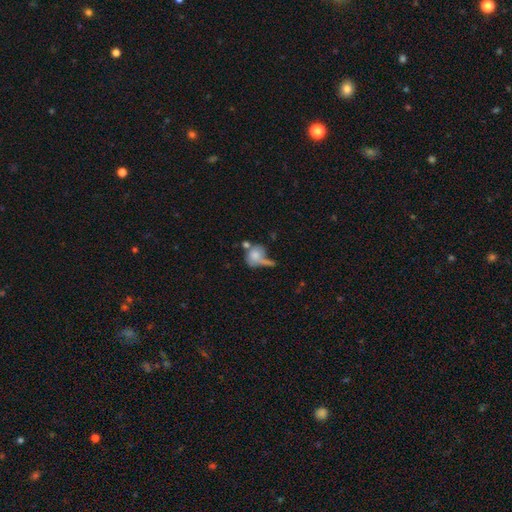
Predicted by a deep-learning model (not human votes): This appears to be a smooth galaxy with no disk features (69%) that is round (60%). Merging: merger (32%).